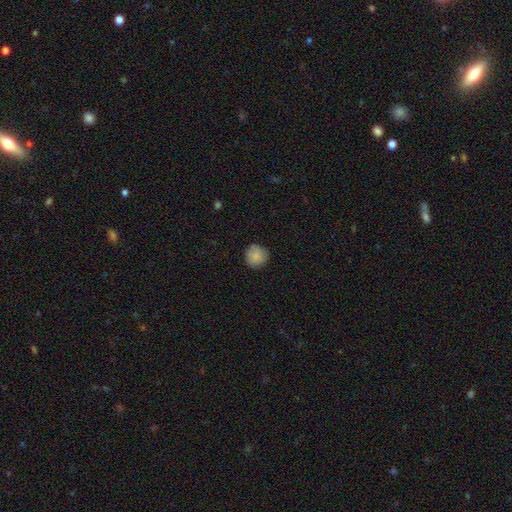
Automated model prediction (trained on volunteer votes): Smooth or featured? Predicted: smooth (p=0.84). How rounded? Predicted: round (p=0.91). Merging? Predicted: none (p=0.81).